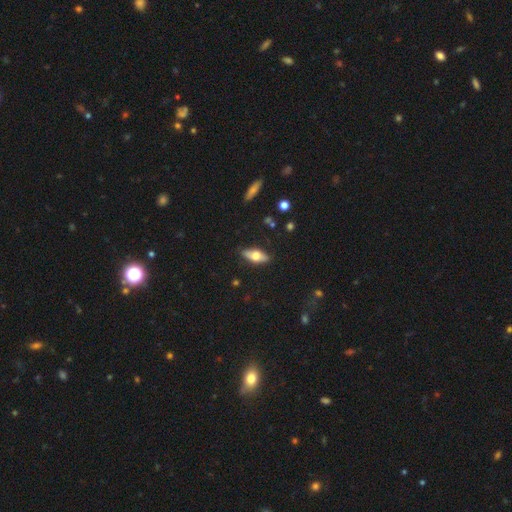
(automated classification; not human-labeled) Overall: smooth (59%; featured or disk 35%). How rounded: in between (73%). Merging: none (85%).